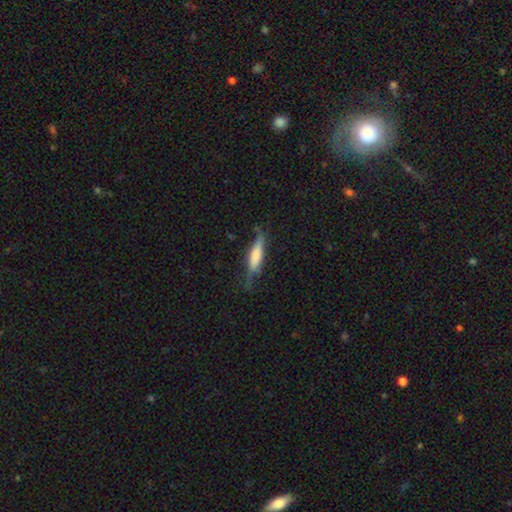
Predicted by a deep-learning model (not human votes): Smooth or featured: smooth — 60% (featured or disk — 34%)
How rounded: cigar-shaped — 71% (in between — 27%)
Merging: none — 57% (minor disturbance — 29%)